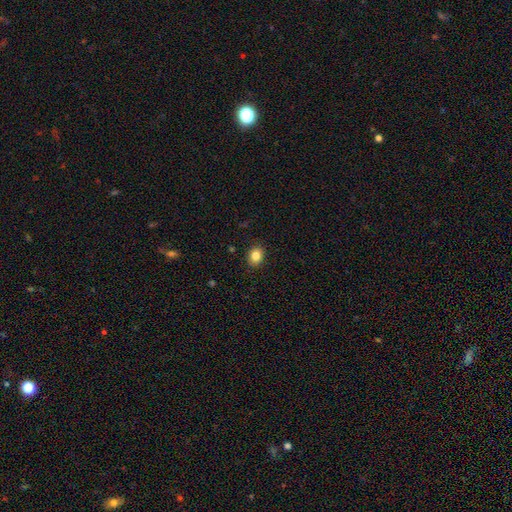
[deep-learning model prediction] Smooth or featured: smooth — 86% (star or artifact — 10%)
How rounded: round — 51% (in between — 48%)
Merging: none — 90% (minor disturbance — 7%)